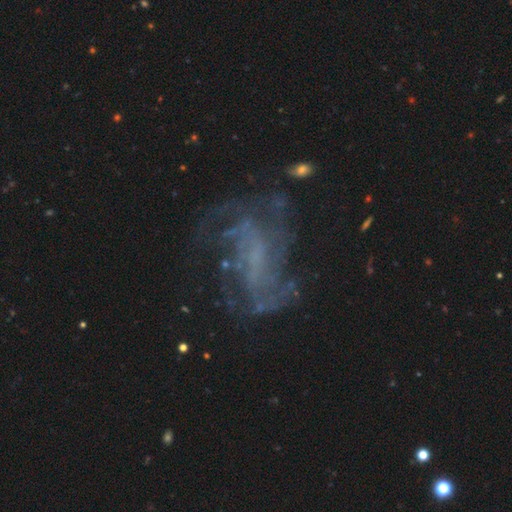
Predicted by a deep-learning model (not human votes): smooth_or_featured: featured or disk (p=0.77) [alt: star or artifact p=0.13]
disk_edge_on: no (p=0.97) [alt: yes p=0.03]
bar: no (p=0.48) [alt: weak p=0.37]
has_spiral_arms: yes (p=0.80) [alt: no p=0.20]
spiral_winding: medium (p=0.39) [alt: loose p=0.38]
spiral_arm_count: can't tell (p=0.40) [alt: 2 p=0.21]
bulge_size: none (p=0.62) [alt: small p=0.23]
merging: none (p=0.53) [alt: major disturbance p=0.26]